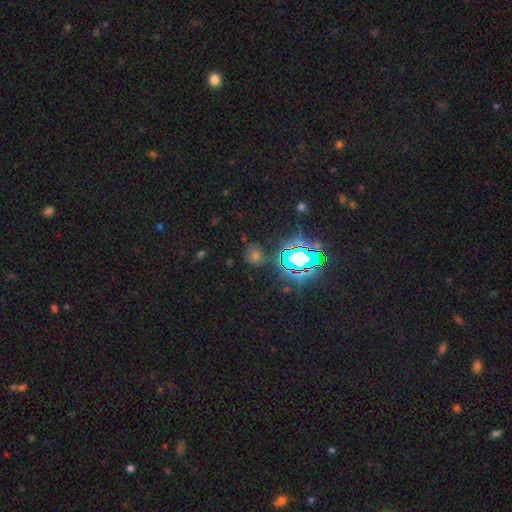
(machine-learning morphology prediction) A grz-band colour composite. It shows a star or artifact, not a galaxy (57%).